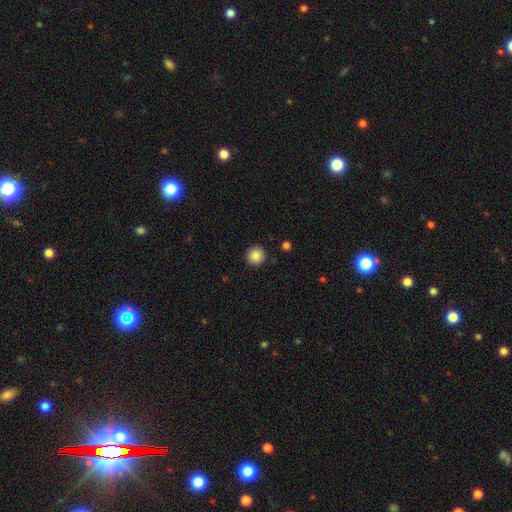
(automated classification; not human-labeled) Smooth or featured? Predicted: smooth (p=0.88). How rounded? Predicted: round (p=0.95). Merging? Predicted: none (p=0.91).